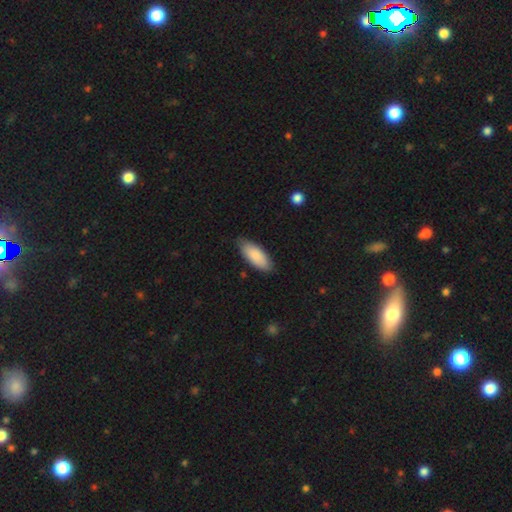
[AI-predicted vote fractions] Smooth or featured: smooth — 87% (featured or disk — 7%)
How rounded: in between — 82% (cigar-shaped — 16%)
Merging: none — 81% (minor disturbance — 16%)